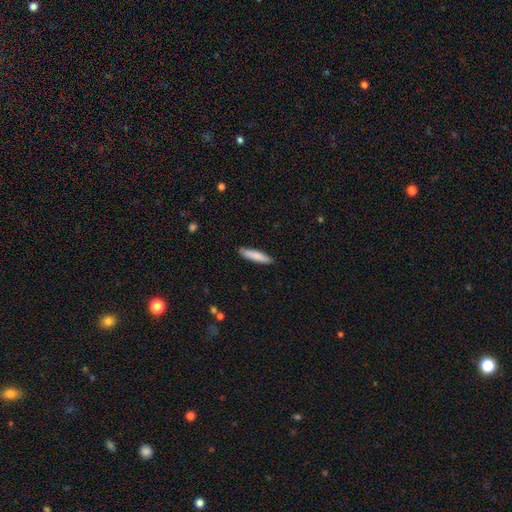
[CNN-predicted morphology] This appears to be a smooth galaxy with no disk features (84%) that is cigar-shaped (83%). Merging: none (88%).